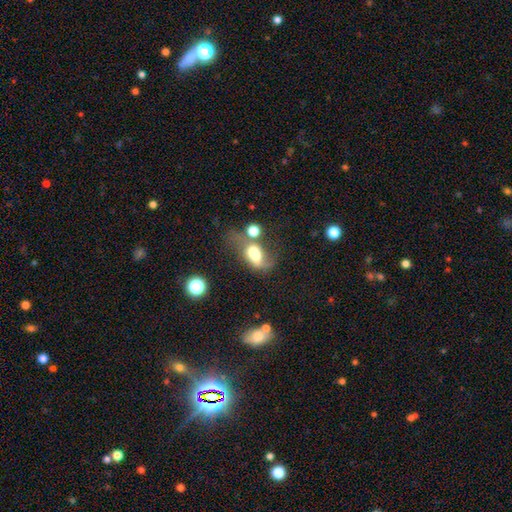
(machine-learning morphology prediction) smooth-or-featured: smooth: 53% | featured or disk: 34% | star or artifact: 13%
  how-rounded: in between: 74% | round: 22% | cigar-shaped: 4%
  merging: merger: 43% | major disturbance: 27% | none: 17% | minor disturbance: 13%